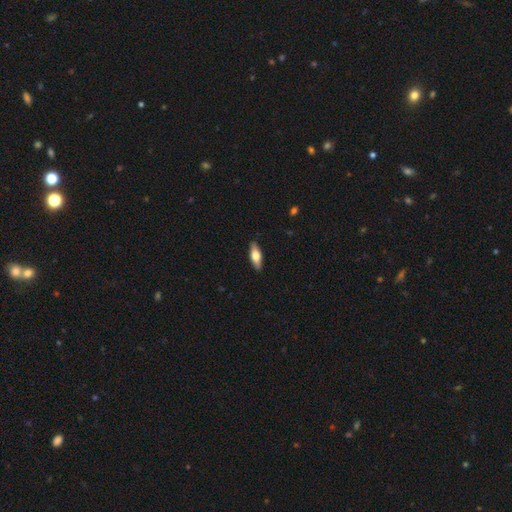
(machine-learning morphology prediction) type=smooth (63%); roundness=in between (61%); merging=none (88%).